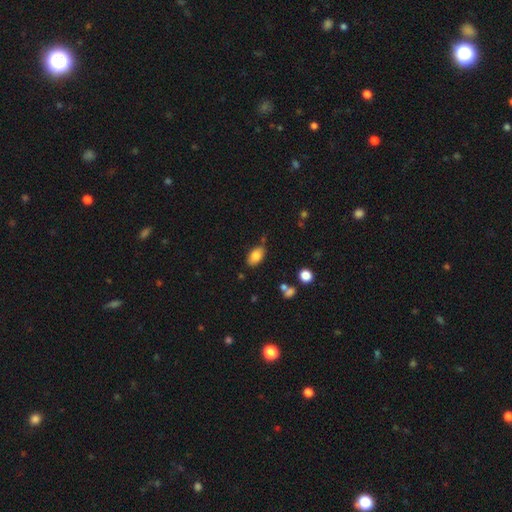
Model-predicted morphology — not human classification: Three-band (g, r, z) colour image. It shows a smooth galaxy with no disk features (82%) that is in between round and cigar-shaped (92%). Merging: none (79%).